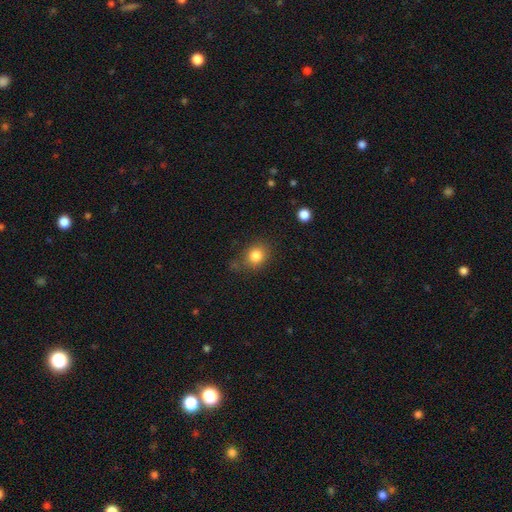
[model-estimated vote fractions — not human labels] Smooth or featured? smooth (83%)
How rounded? round (64%)
Merging? none (74%)